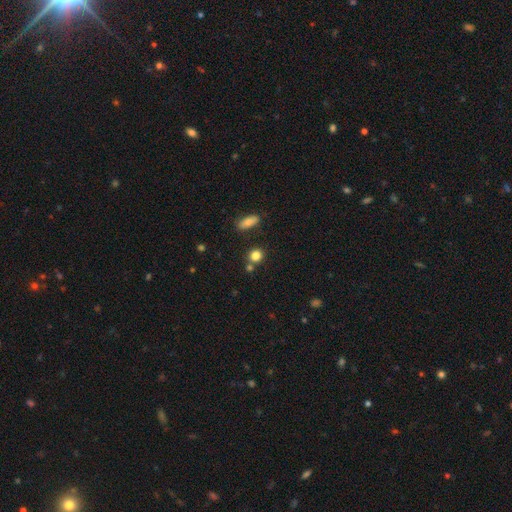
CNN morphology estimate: smooth-or-featured: smooth: 81% | star or artifact: 12% | featured or disk: 7%
  how-rounded: round: 82% | in between: 16% | cigar-shaped: 2%
  merging: none: 71% | merger: 17% | minor disturbance: 10% | major disturbance: 3%